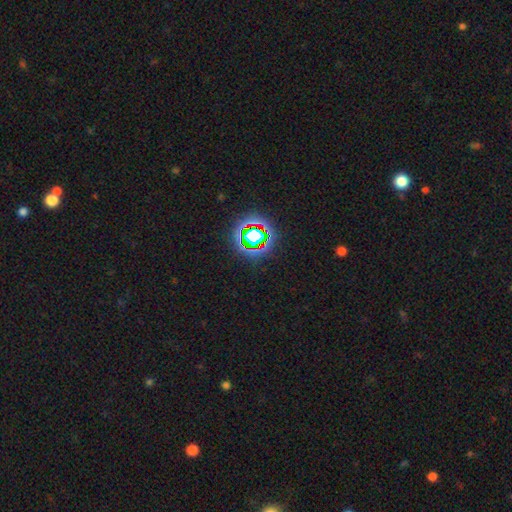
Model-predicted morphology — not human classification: Smooth or featured? Predicted: star or artifact (p=0.76).